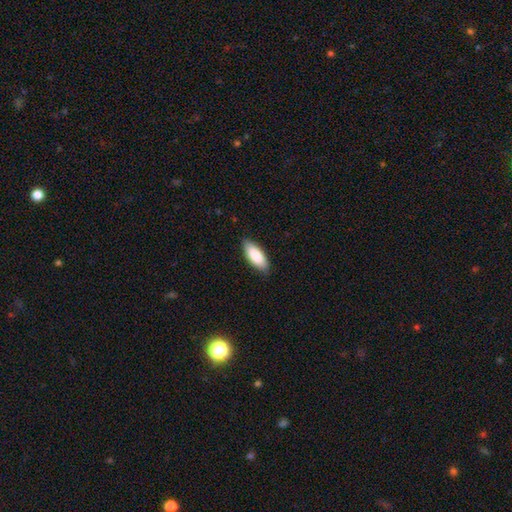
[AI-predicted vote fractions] Overall: smooth (87%). How rounded: in between (80%). Merging: none (86%).